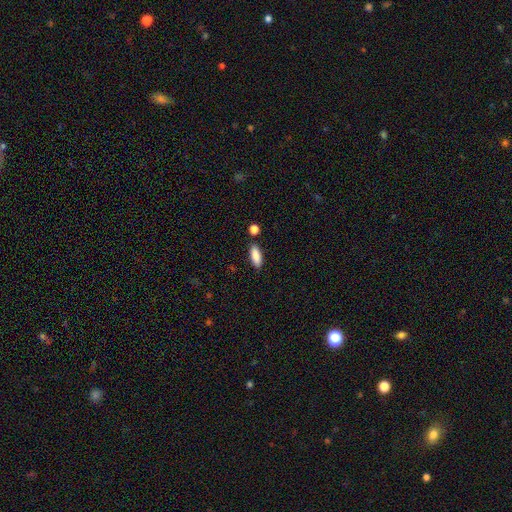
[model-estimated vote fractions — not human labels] smooth 87%, featured or disk 6%, star or artifact 6%. Down the decision tree: how rounded — in between (74%); merging — none (83%).